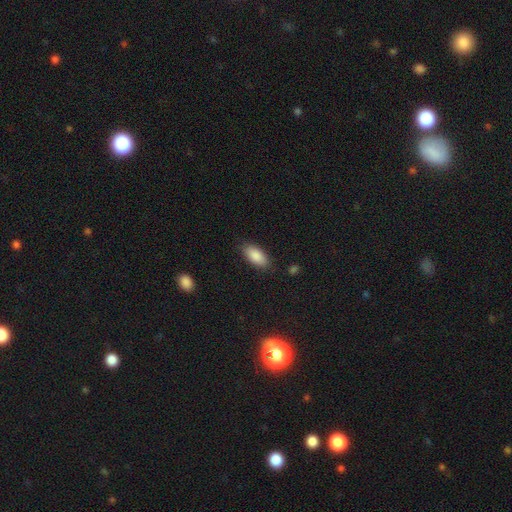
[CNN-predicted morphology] Smooth or featured?
  - smooth: 88% *
  - star or artifact: 6%
  - featured or disk: 6%
How rounded?
  - in between: 90% *
  - cigar-shaped: 8%
  - round: 2%
Merging?
  - none: 84% *
  - minor disturbance: 11%
  - major disturbance: 3%
  - merger: 1%